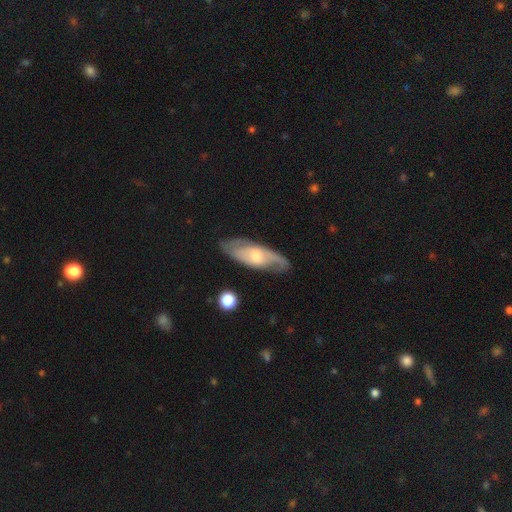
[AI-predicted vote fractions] smooth_or_featured: featured or disk (p=0.69) [alt: smooth p=0.26]
disk_edge_on: no (p=0.80) [alt: yes p=0.20]
bar: no (p=0.49) [alt: weak p=0.42]
has_spiral_arms: yes (p=0.84) [alt: no p=0.16]
bulge_size: moderate (p=0.57) [alt: small p=0.32]
merging: none (p=0.76) [alt: minor disturbance p=0.17]